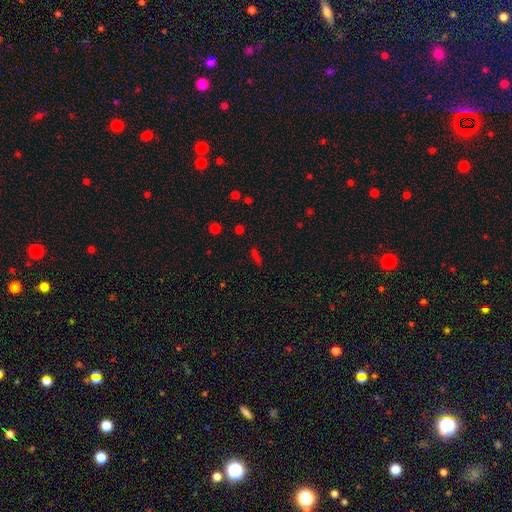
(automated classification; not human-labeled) smooth-or-featured: smooth: 53% | star or artifact: 35% | featured or disk: 12%
  how-rounded: cigar-shaped: 57% | in between: 33% | round: 9%
  merging: none: 83% | minor disturbance: 10% | major disturbance: 4% | merger: 3%